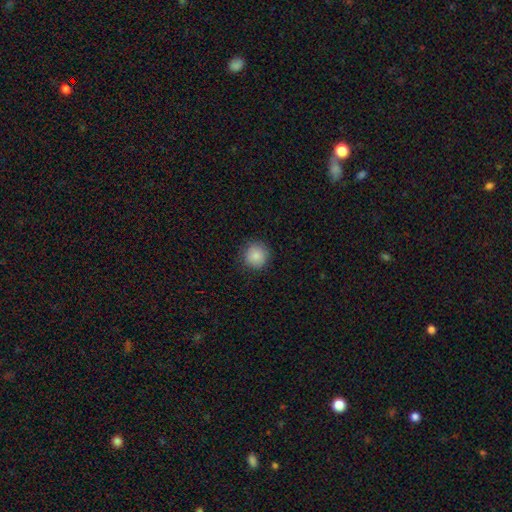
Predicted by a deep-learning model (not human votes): Smooth or featured? smooth (86%)
How rounded? round (94%)
Merging? none (87%)